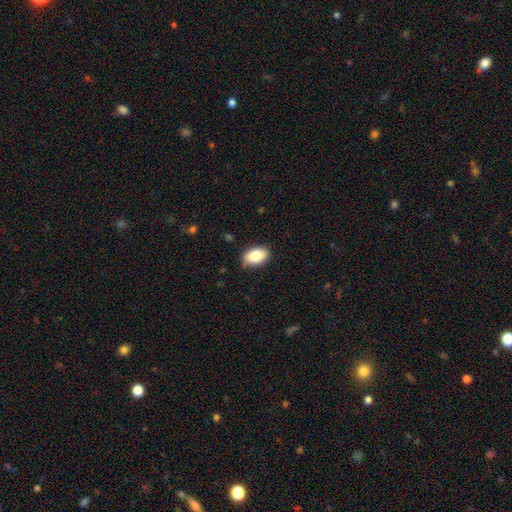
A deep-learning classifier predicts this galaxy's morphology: Smooth or featured? Predicted: smooth (p=0.83). How rounded? Predicted: in between (p=0.88). Merging? Predicted: none (p=0.82).